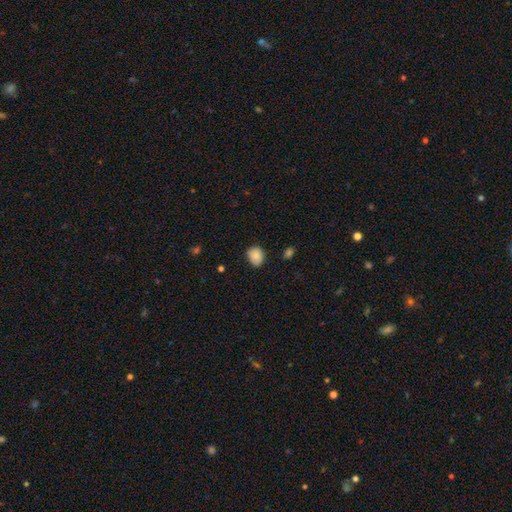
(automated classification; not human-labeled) This is clearly a smooth galaxy (85%). How rounded: possibly round (55%). Merging: likely none (71%).